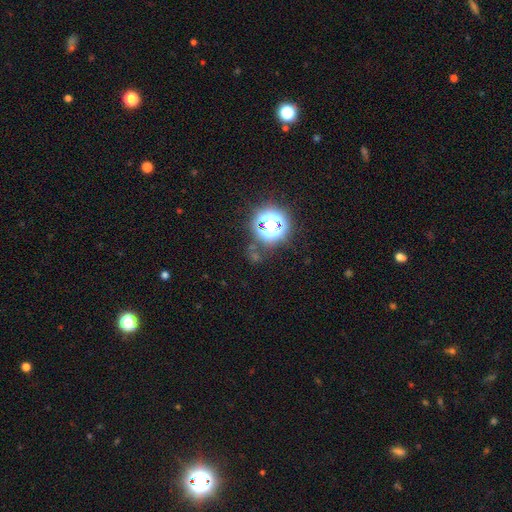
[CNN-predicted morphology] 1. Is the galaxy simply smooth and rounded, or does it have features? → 68% star or artifact, 22% smooth, 10% featured or disk.